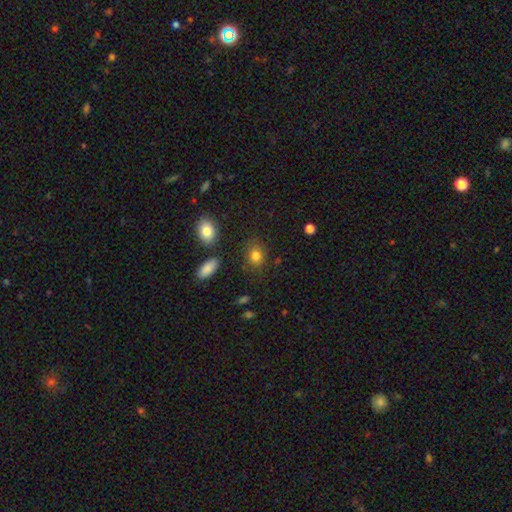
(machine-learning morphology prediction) smooth-or-featured: smooth: 82% | star or artifact: 11% | featured or disk: 7%
  how-rounded: round: 54% | in between: 44% | cigar-shaped: 1%
  merging: none: 80% | minor disturbance: 12% | major disturbance: 4% | merger: 4%